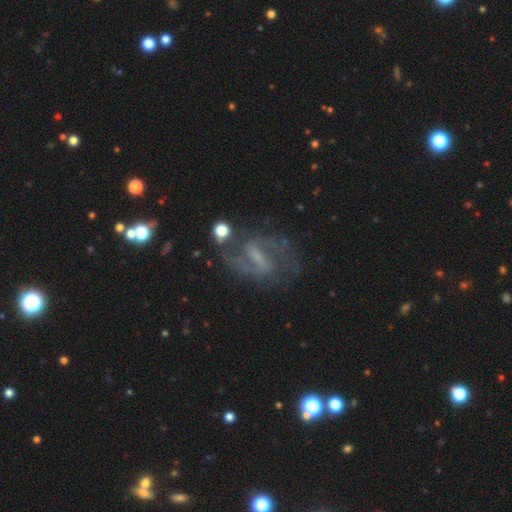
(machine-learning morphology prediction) Q: Smooth or featured?
A: featured or disk (78%); runner-up: smooth (12%)
Q: Edge-on disk?
A: no (95%); runner-up: yes (5%)
Q: Bar?
A: weak (45%); runner-up: strong (41%)
Q: Spiral arms?
A: yes (88%); runner-up: no (12%)
Q: Spiral winding?
A: medium (50%); runner-up: loose (29%)
Q: Spiral arm count?
A: 2 (81%); runner-up: can't tell (11%)
Q: Bulge size?
A: none (42%); runner-up: small (34%)
Q: Merging?
A: none (66%); runner-up: minor disturbance (17%)